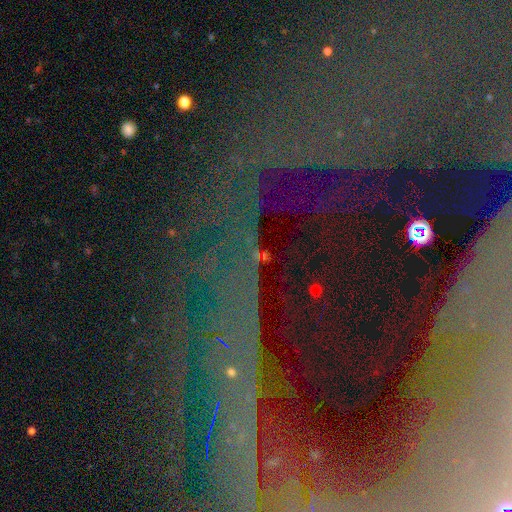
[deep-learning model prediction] smooth-or-featured: star or artifact: 77% | featured or disk: 13% | smooth: 10%